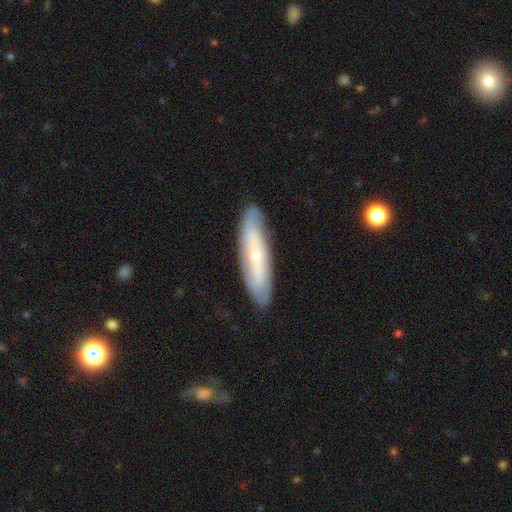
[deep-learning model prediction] Smooth or featured?
  - featured or disk: 61% *
  - smooth: 32%
  - star or artifact: 6%
Edge-on disk?
  - no: 64% *
  - yes: 36%
Merging?
  - none: 83% *
  - minor disturbance: 12%
  - major disturbance: 3%
  - merger: 1%